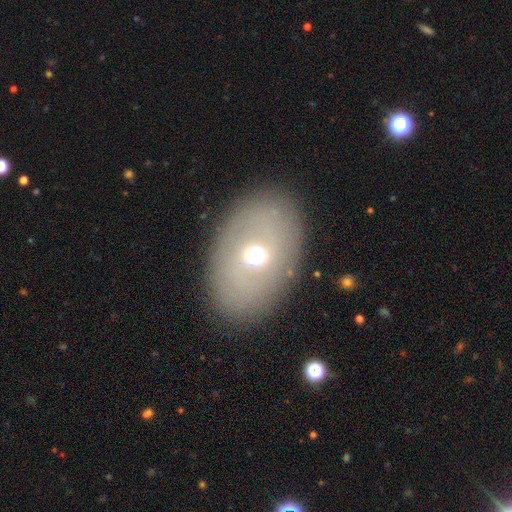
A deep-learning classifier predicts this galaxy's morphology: Smooth or featured? smooth (47%)
Merging? none (85%)